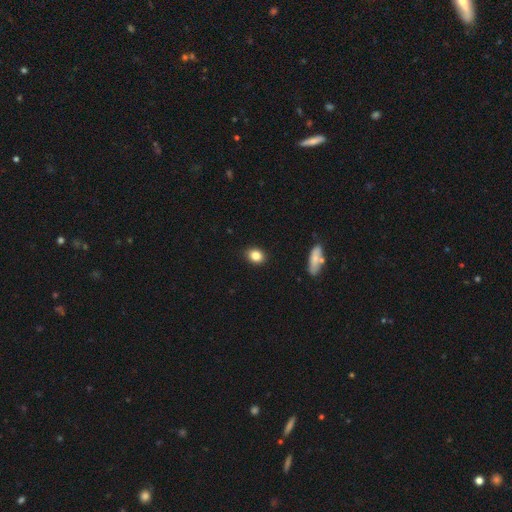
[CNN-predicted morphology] A smooth galaxy with no disk features (85%) that is in between round and cigar-shaped (53%).

Vote fractions:
- Smooth or featured? smooth: 85% / star or artifact: 10% / featured or disk: 6%
- How rounded? in between: 53% / round: 46% / cigar-shaped: 2%
- Merging? none: 88% / minor disturbance: 9% / major disturbance: 2% / merger: 1%